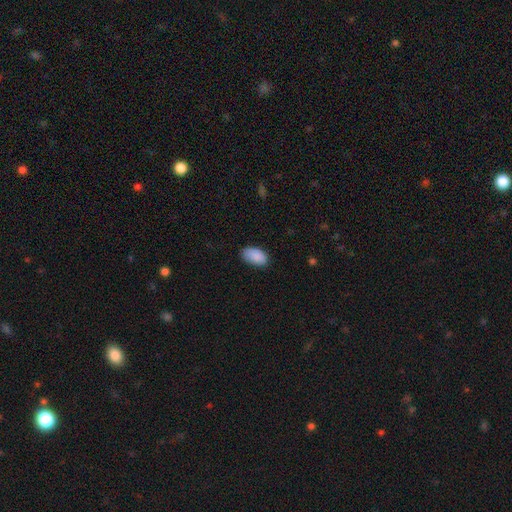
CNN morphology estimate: A smooth galaxy with no disk features (89%) that is in between round and cigar-shaped (94%). Merging: none (77%).